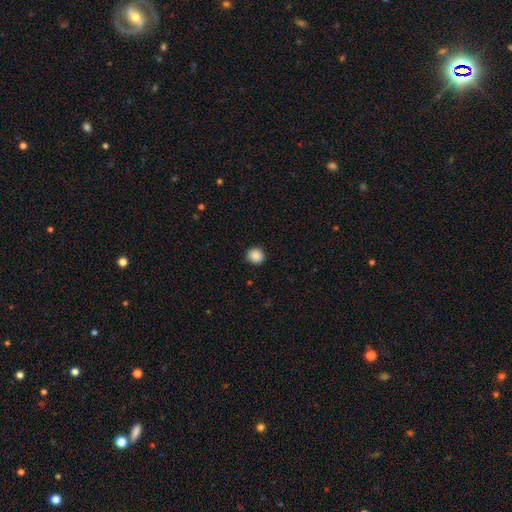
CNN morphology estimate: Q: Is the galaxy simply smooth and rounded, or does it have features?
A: smooth — 88%.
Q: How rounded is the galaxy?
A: round — 91%.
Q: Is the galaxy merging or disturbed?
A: none — 90%.